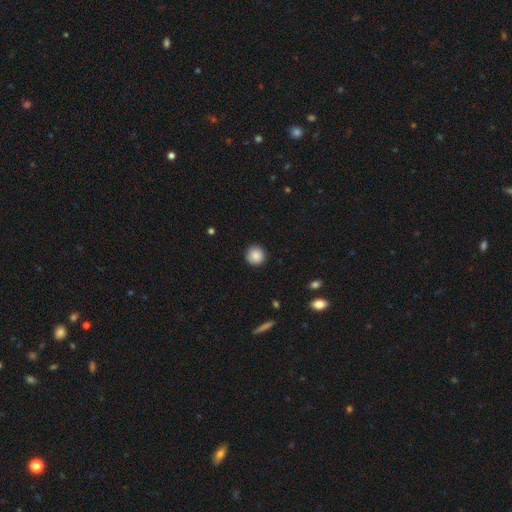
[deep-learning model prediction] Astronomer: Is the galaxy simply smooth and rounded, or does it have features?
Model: smooth — 88%.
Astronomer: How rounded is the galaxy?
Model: round — 94%.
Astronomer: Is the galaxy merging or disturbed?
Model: none — 91%.